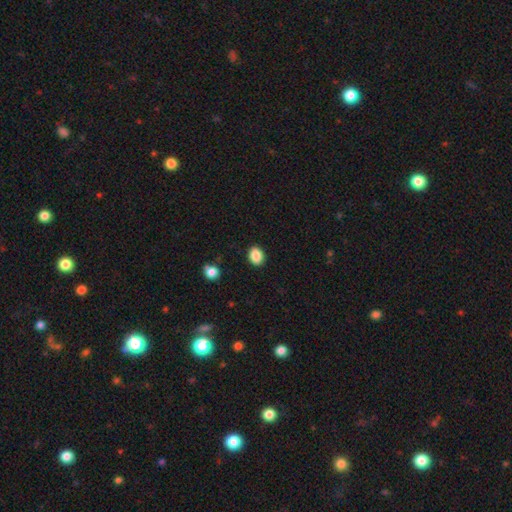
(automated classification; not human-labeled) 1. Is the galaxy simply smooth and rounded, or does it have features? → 88% smooth, 9% star or artifact, 4% featured or disk.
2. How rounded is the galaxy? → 54% in between, 45% round, 1% cigar-shaped.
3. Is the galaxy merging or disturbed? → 90% none, 7% minor disturbance, 2% major disturbance, 1% merger.